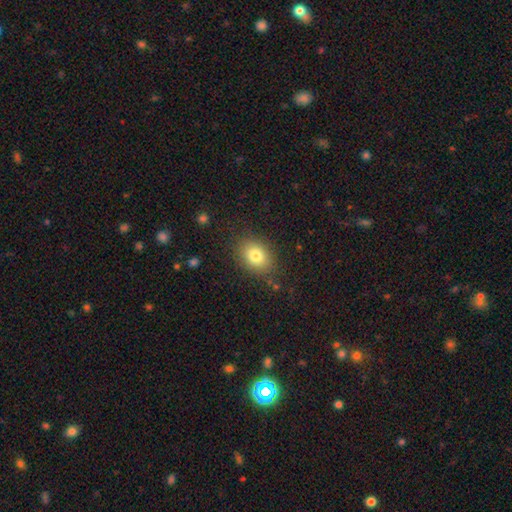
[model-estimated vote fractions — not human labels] A smooth galaxy with no disk features (80%) that is in between round and cigar-shaped (65%).

Vote fractions:
- Smooth or featured? smooth: 80% / featured or disk: 10% / star or artifact: 10%
- How rounded? in between: 65% / round: 34% / cigar-shaped: 1%
- Merging? none: 84% / minor disturbance: 11% / major disturbance: 4% / merger: 1%